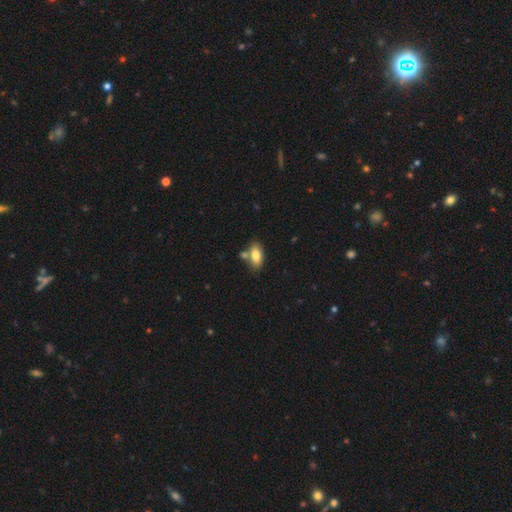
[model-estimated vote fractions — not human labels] A smooth galaxy with no disk features (81%) that is in between round and cigar-shaped (90%).

Vote fractions:
- Smooth or featured? smooth: 81% / featured or disk: 12% / star or artifact: 7%
- How rounded? in between: 90% / cigar-shaped: 5% / round: 4%
- Merging? none: 62% / merger: 20% / minor disturbance: 14% / major disturbance: 3%